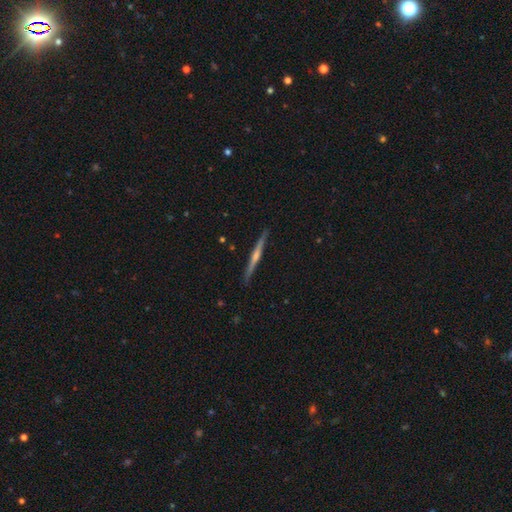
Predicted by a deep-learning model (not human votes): A featured or disk galaxy (75%) viewed edge-on (98%) with a rounded central bulge (67%). Merging: none (91%).